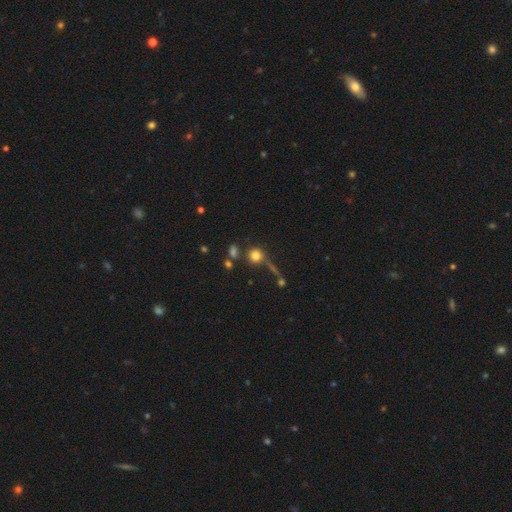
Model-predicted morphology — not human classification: A smooth galaxy with no disk features (76%) that is round (91%). Merging: none (67%).